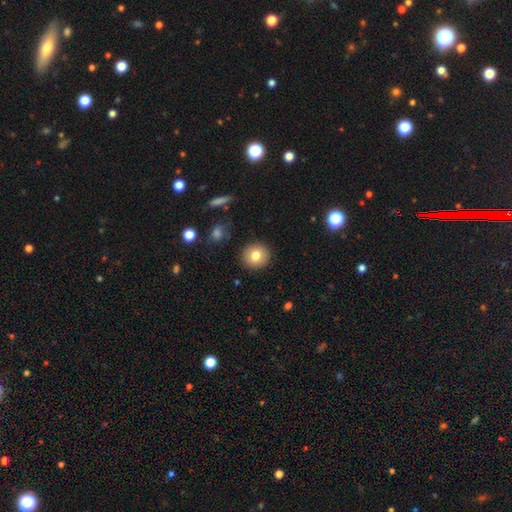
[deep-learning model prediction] Q: Smooth or featured?
A: smooth (79%); runner-up: featured or disk (12%)
Q: How rounded?
A: round (90%); runner-up: in between (9%)
Q: Merging?
A: none (91%); runner-up: minor disturbance (6%)